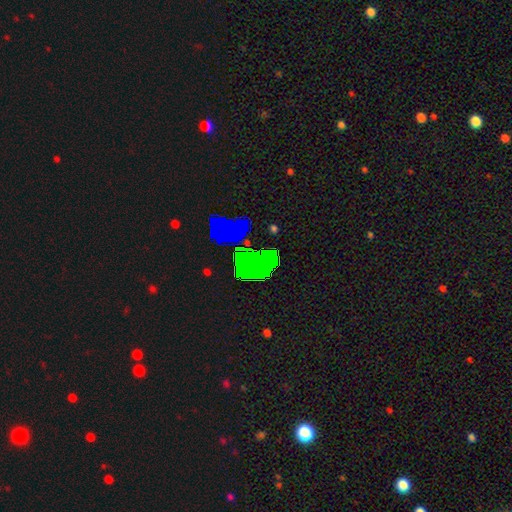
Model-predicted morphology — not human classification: A star or artifact, not a galaxy (51%).